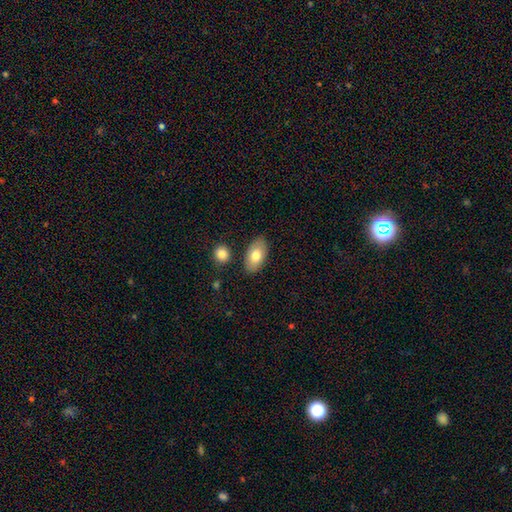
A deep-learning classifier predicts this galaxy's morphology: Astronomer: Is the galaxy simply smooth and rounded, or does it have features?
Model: smooth — 77%.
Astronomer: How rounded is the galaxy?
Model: in between — 94%.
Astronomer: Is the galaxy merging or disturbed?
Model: none — 83%.